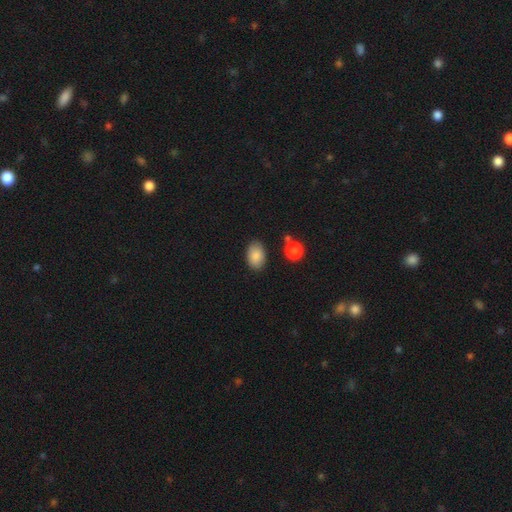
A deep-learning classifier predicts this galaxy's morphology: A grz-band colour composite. It shows a smooth galaxy with no disk features (87%) that is in between round and cigar-shaped (89%). Merging: none (84%).